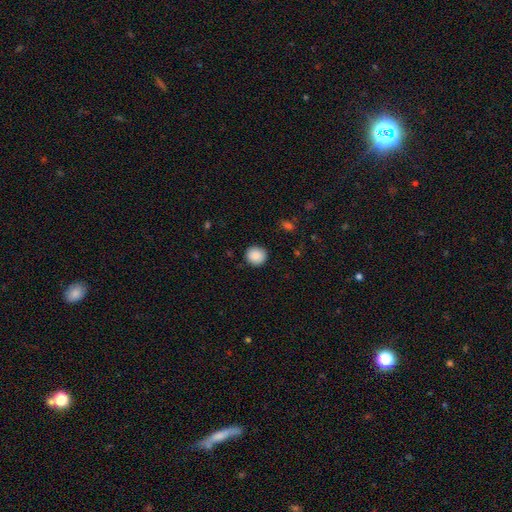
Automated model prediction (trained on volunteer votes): A smooth galaxy with no disk features (89%) that is round (90%). Merging: none (90%).